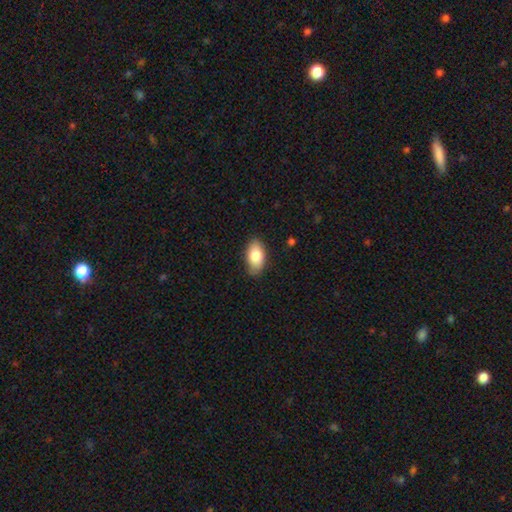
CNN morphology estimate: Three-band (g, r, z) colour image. It shows a smooth galaxy with no disk features (81%) that is in between round and cigar-shaped (93%). Merging: none (86%).